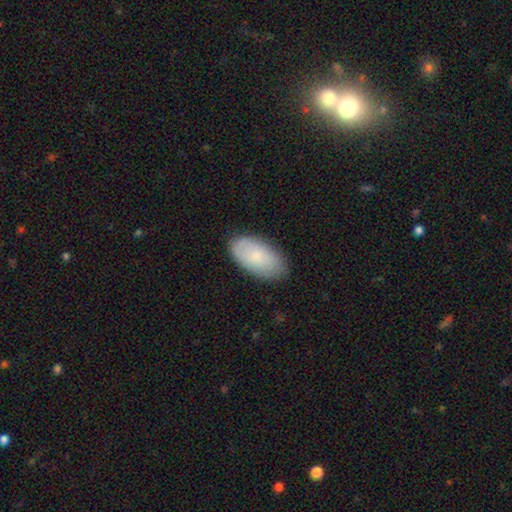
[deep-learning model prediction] smooth-or-featured: smooth: 76% | featured or disk: 17% | star or artifact: 6%
  how-rounded: in between: 95% | round: 3% | cigar-shaped: 2%
  merging: none: 82% | minor disturbance: 14% | major disturbance: 3% | merger: 1%